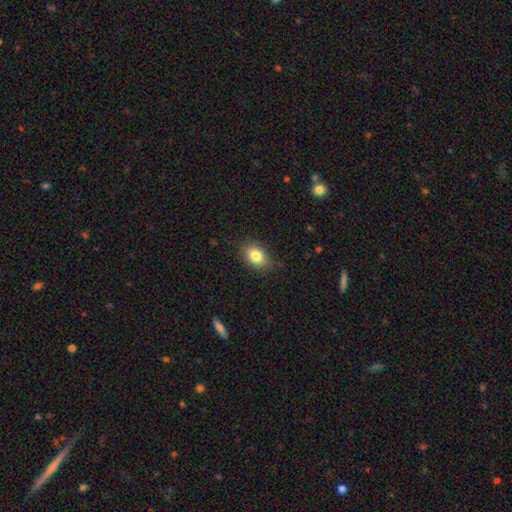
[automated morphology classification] A smooth galaxy with no disk features (82%) that is in between round and cigar-shaped (69%). Merging: none (83%).